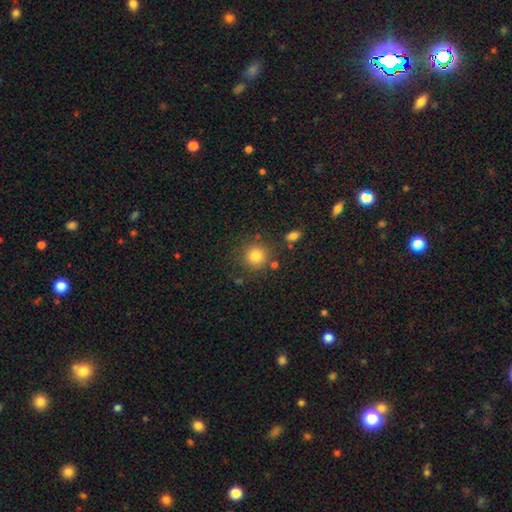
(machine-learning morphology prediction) Smooth or featured: smooth — 82% (star or artifact — 11%)
How rounded: round — 92% (in between — 7%)
Merging: none — 81% (minor disturbance — 10%)